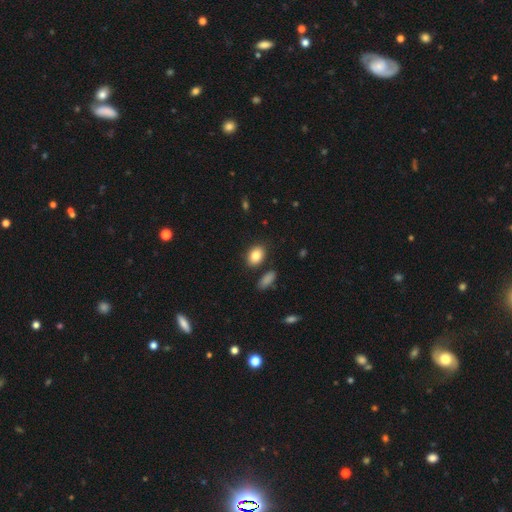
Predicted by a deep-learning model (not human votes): Smooth or featured?
  - smooth: 85% *
  - star or artifact: 8%
  - featured or disk: 8%
How rounded?
  - in between: 78% *
  - round: 20%
  - cigar-shaped: 1%
Merging?
  - none: 81% *
  - minor disturbance: 11%
  - merger: 5%
  - major disturbance: 3%